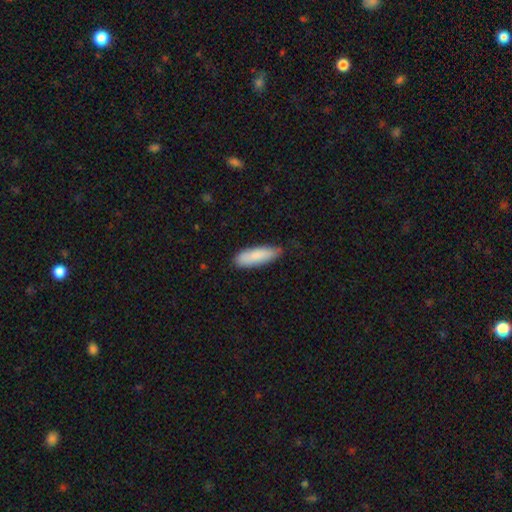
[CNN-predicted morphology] Smooth or featured: smooth — 85% (featured or disk — 10%)
How rounded: in between — 53% (cigar-shaped — 46%)
Merging: none — 77% (minor disturbance — 19%)